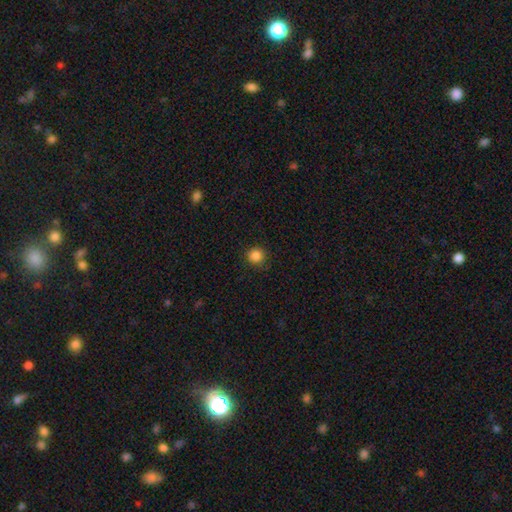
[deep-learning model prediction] Smooth or featured?
  - smooth: 86% *
  - star or artifact: 11%
  - featured or disk: 3%
How rounded?
  - round: 94% *
  - in between: 5%
  - cigar-shaped: 1%
Merging?
  - none: 88% *
  - minor disturbance: 8%
  - major disturbance: 2%
  - merger: 1%